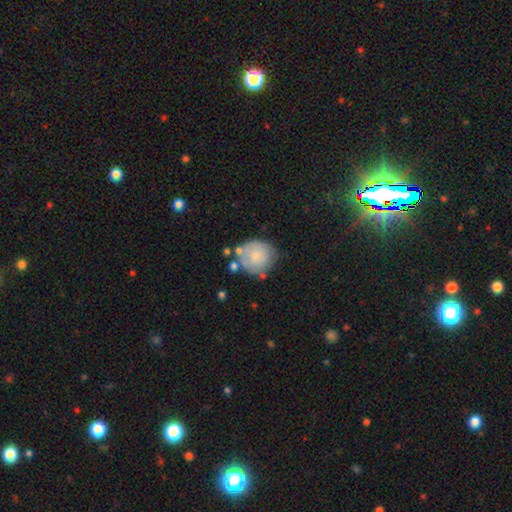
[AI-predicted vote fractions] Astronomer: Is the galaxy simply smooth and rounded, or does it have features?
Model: smooth — 69%.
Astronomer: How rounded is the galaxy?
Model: round — 87%.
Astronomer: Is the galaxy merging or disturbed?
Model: none — 60%.